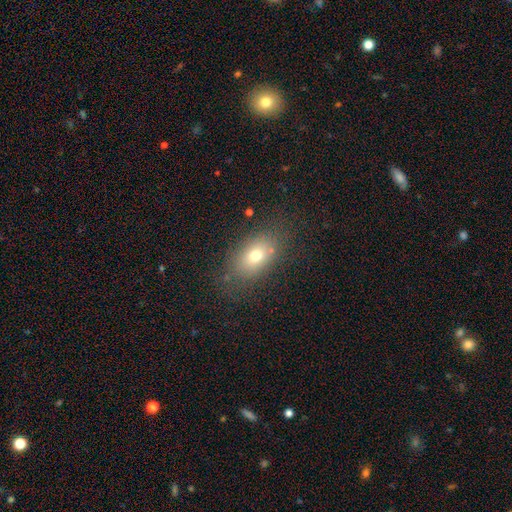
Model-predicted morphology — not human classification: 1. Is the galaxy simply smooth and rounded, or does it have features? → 71% smooth, 16% featured or disk, 13% star or artifact.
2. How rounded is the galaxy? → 83% in between, 15% round, 2% cigar-shaped.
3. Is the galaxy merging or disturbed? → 77% none, 15% minor disturbance, 6% major disturbance, 2% merger.